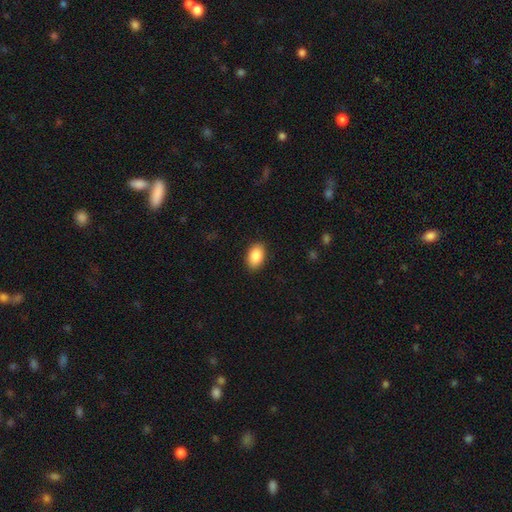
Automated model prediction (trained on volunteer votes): The model was most divided on "merging": none: 89%, minor disturbance: 8%, major disturbance: 2%, merger: 1%. More confident: how rounded — in between (91%); smooth or featured — smooth (89%).